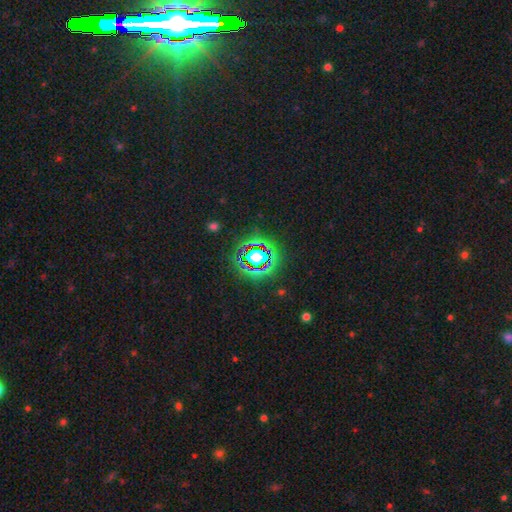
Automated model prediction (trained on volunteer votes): star or artifact 67%, smooth 21%, featured or disk 11%.